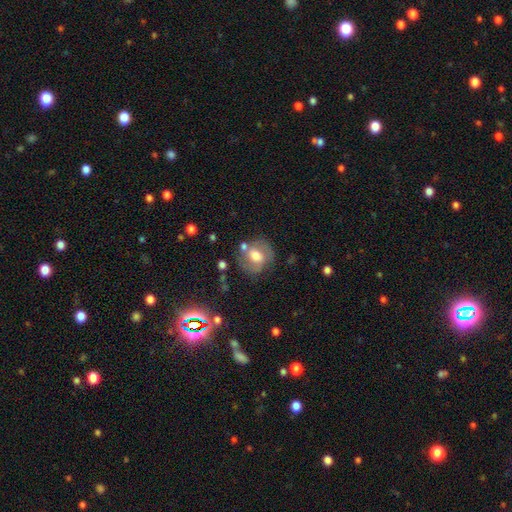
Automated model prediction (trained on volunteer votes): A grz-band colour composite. It shows a featured or disk galaxy (55%) with no bar (45%), spiral arms (71%) and a moderate central bulge (59%). Merging: none (66%).